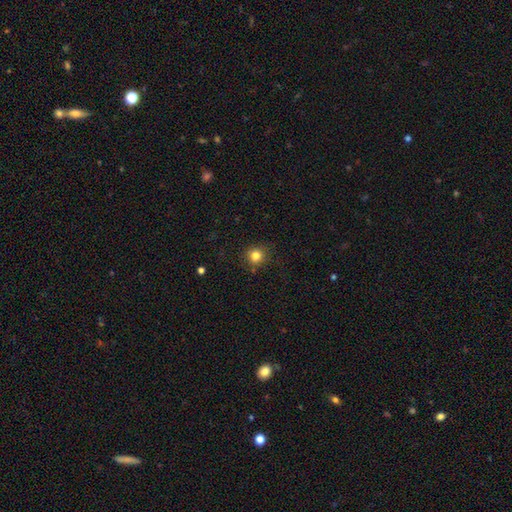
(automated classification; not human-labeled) Smooth or featured: smooth — 82% (star or artifact — 12%)
How rounded: round — 90% (in between — 9%)
Merging: none — 86% (minor disturbance — 10%)